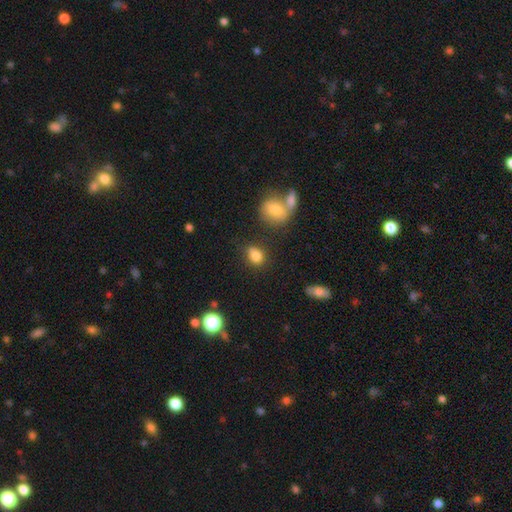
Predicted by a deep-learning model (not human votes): This appears to be a smooth galaxy with no disk features (81%) that is in between round and cigar-shaped (59%). Merging: none (66%).